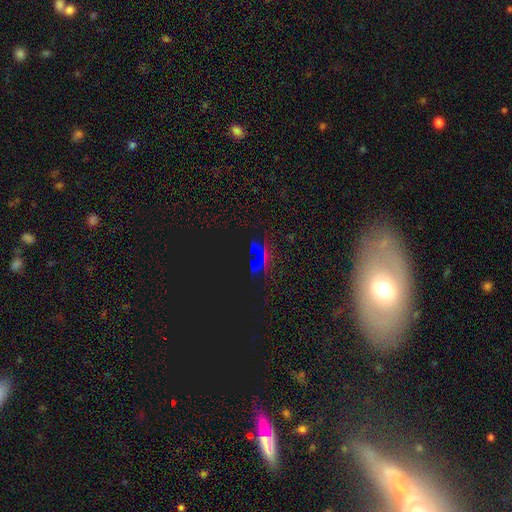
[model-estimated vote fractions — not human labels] smooth_or_featured: star or artifact (p=0.73) [alt: smooth p=0.19]